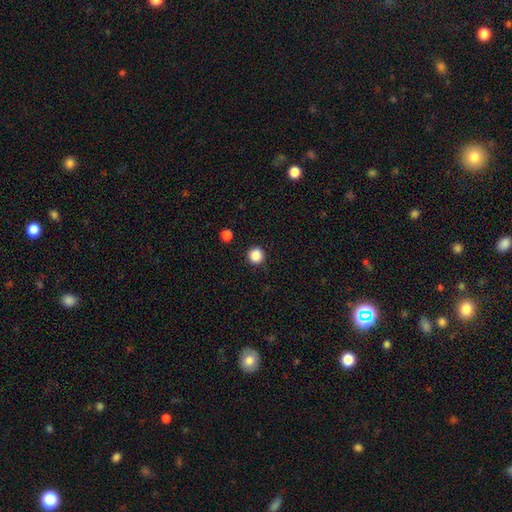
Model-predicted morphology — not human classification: type=smooth (87%); roundness=round (95%); merging=none (92%).